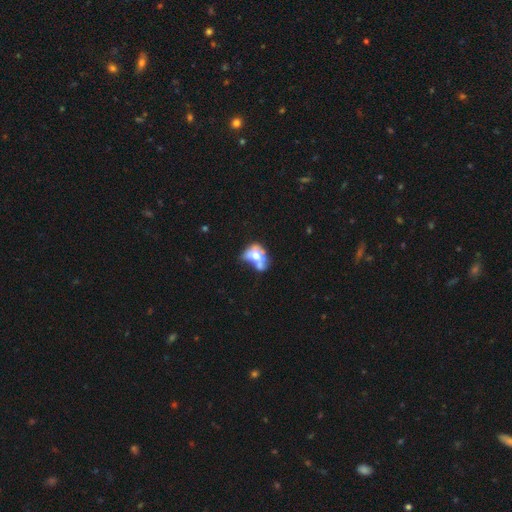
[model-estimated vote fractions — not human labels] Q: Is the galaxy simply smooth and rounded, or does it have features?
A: smooth — 51%.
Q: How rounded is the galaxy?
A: in between — 65%.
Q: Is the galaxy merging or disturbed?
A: merger — 41%.